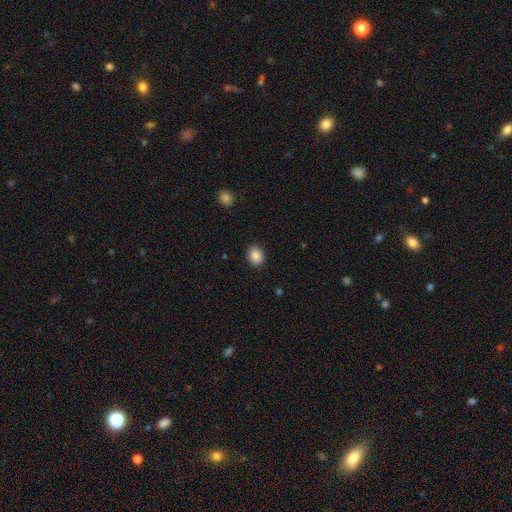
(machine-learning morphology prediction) This appears to be a smooth galaxy with no disk features (88%) that is round (59%). Merging: none (89%).